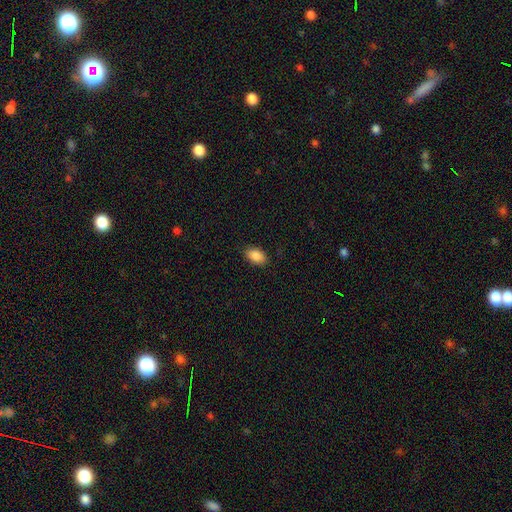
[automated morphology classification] type=smooth (88%); roundness=in between (92%); merging=none (88%).